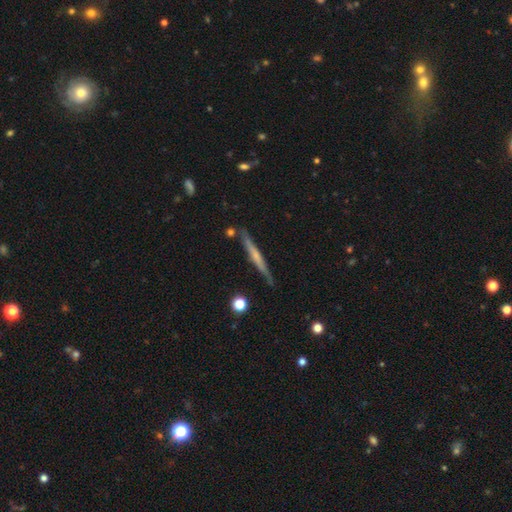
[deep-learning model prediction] A featured or disk galaxy (59%) viewed edge-on (96%) with no central bulge (58%).

Vote fractions:
- Smooth or featured? featured or disk: 59% / smooth: 35% / star or artifact: 6%
- Edge-on disk? yes: 96% / no: 4%
- Edge-on bulge? none: 58% / rounded: 30% / boxy: 12%
- Merging? none: 84% / minor disturbance: 11% / merger: 3% / major disturbance: 2%